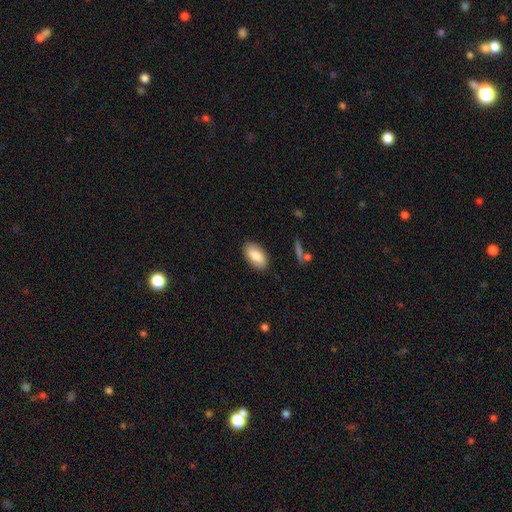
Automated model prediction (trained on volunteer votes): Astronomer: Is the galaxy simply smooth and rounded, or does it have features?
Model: smooth — 85%.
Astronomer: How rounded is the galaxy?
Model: in between — 94%.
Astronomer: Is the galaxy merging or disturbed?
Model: none — 87%.